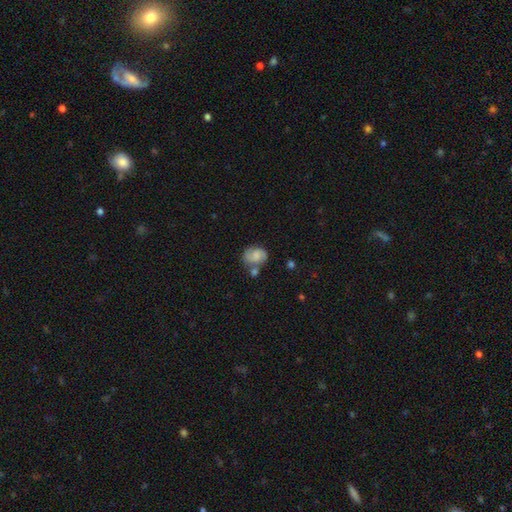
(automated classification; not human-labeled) This is possibly a smooth galaxy (46%). Merging: possibly none (53%).